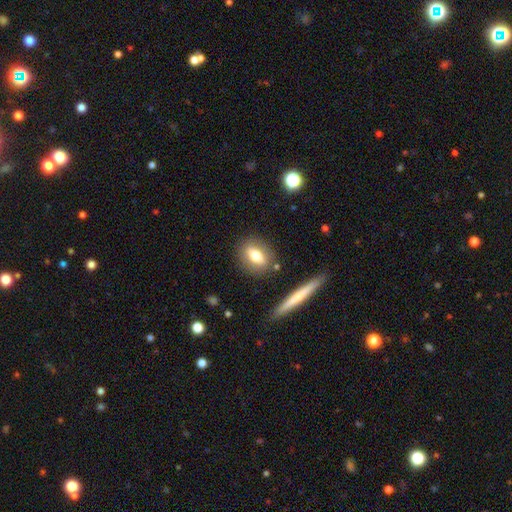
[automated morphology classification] Smooth or featured?
  - smooth: 70% *
  - featured or disk: 22%
  - star or artifact: 8%
How rounded?
  - in between: 69% *
  - round: 21%
  - cigar-shaped: 10%
Merging?
  - none: 80% *
  - minor disturbance: 11%
  - merger: 5%
  - major disturbance: 3%